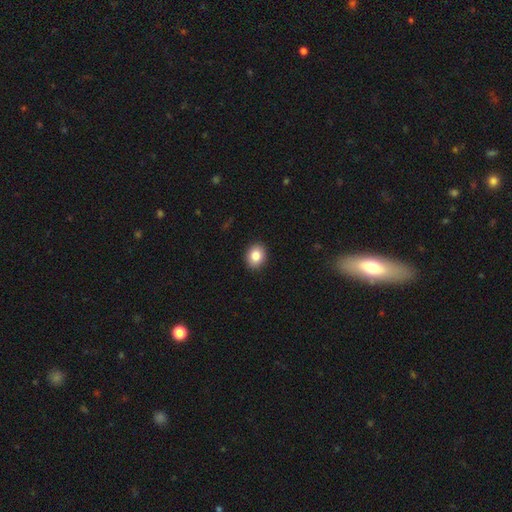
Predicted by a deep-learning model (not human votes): Morphology: type=smooth (85%); roundness=in between (50%); merging=none (91%).